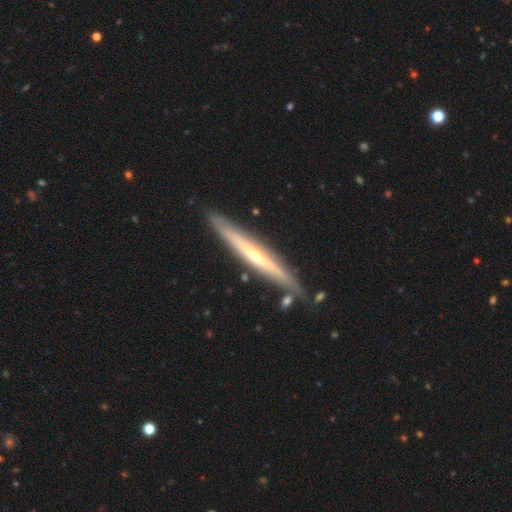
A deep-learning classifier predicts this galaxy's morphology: Smooth or featured: featured or disk — 72% (smooth — 23%)
Edge-on disk: yes — 93% (no — 7%)
Edge-on bulge: rounded — 65% (none — 32%)
Merging: none — 83% (minor disturbance — 11%)